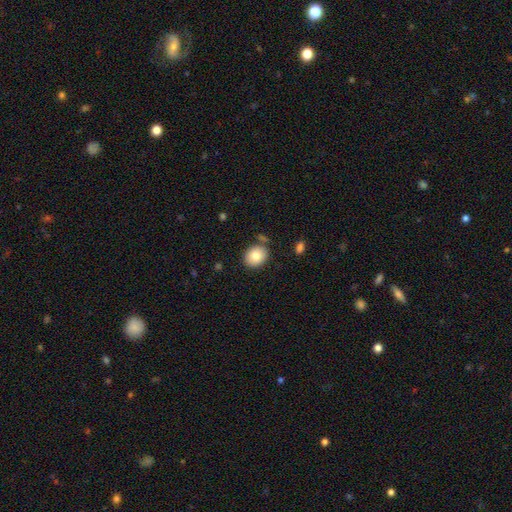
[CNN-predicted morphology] This appears to be a smooth galaxy with no disk features (82%) that is round (59%). Merging: none (79%).